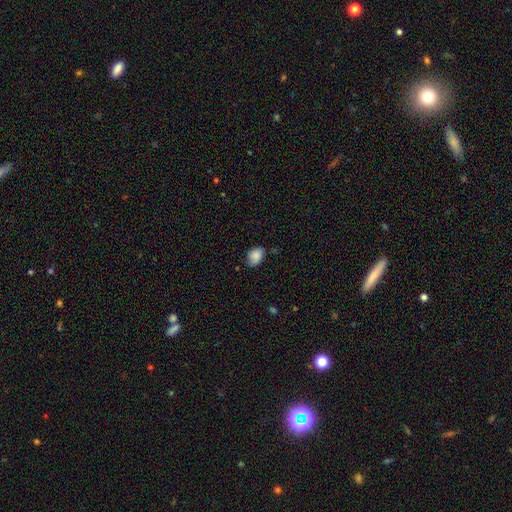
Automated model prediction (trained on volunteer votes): The model was most divided on "merging": none: 61%, minor disturbance: 31%, major disturbance: 6%, merger: 3%. More confident: smooth or featured — smooth (83%); how rounded — in between (66%).